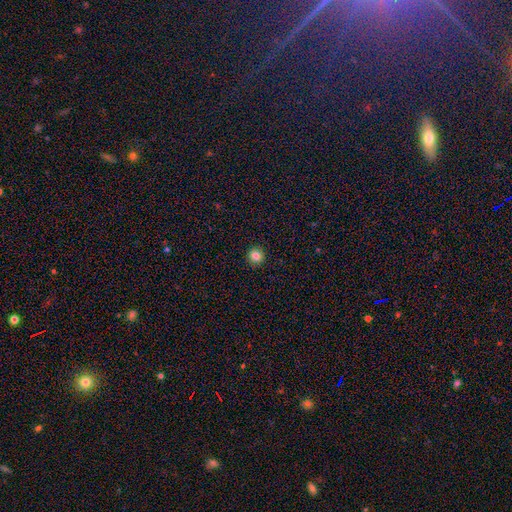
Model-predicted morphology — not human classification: Q: Smooth or featured?
A: smooth (84%); runner-up: star or artifact (11%)
Q: How rounded?
A: round (92%); runner-up: in between (7%)
Q: Merging?
A: none (93%); runner-up: minor disturbance (5%)